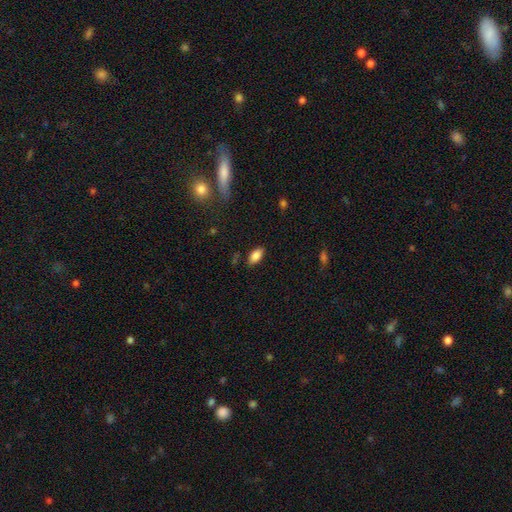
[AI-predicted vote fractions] smooth-or-featured: smooth: 85% | star or artifact: 8% | featured or disk: 7%
  how-rounded: in between: 92% | cigar-shaped: 5% | round: 3%
  merging: none: 84% | minor disturbance: 12% | major disturbance: 3% | merger: 2%